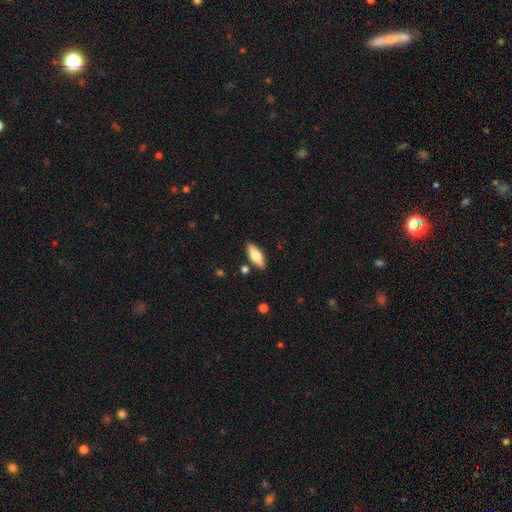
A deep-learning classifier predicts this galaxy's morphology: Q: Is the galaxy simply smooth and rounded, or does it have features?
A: smooth — 68%.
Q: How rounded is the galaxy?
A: in between — 64%.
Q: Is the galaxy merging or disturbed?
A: none — 86%.